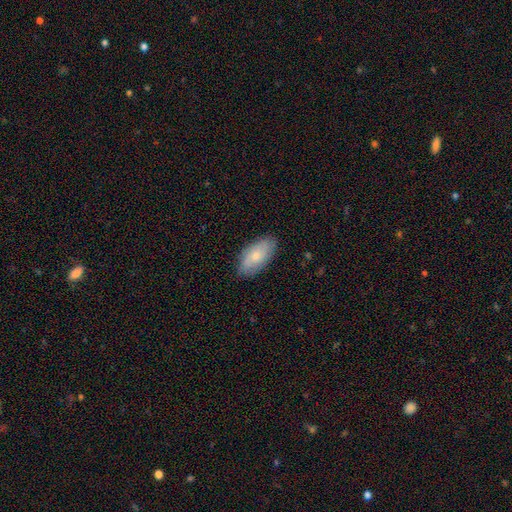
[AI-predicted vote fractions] Smooth or featured?
  - smooth: 71% *
  - featured or disk: 23%
  - star or artifact: 6%
How rounded?
  - in between: 93% *
  - cigar-shaped: 5%
  - round: 3%
Merging?
  - none: 82% *
  - minor disturbance: 14%
  - major disturbance: 3%
  - merger: 1%